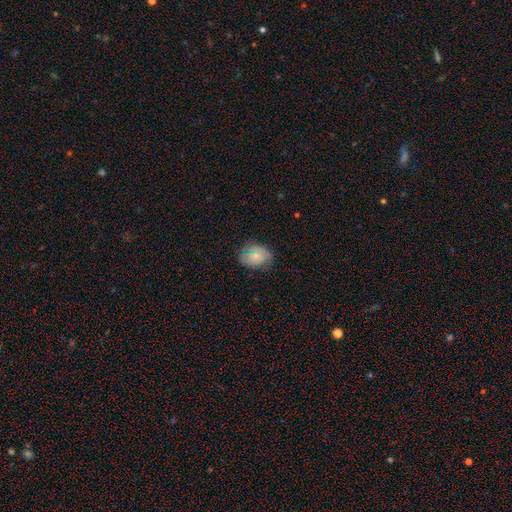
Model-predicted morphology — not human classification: The model was most divided on "how rounded": in between: 64%, round: 35%, cigar-shaped: 1%. More confident: smooth or featured — smooth (70%); merging — none (69%).